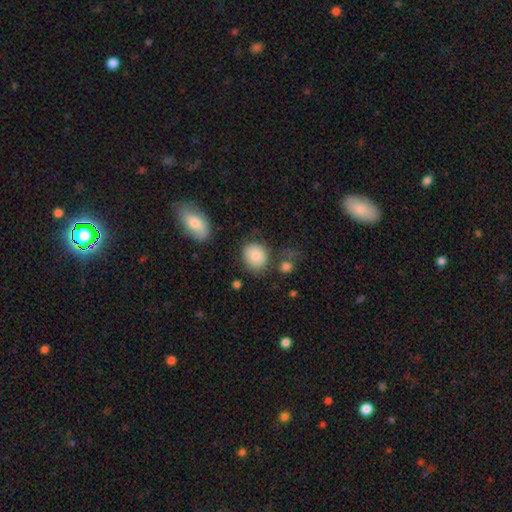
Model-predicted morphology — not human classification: Smooth or featured: smooth — 84% (featured or disk — 8%)
How rounded: round — 70% (in between — 29%)
Merging: none — 73% (minor disturbance — 16%)